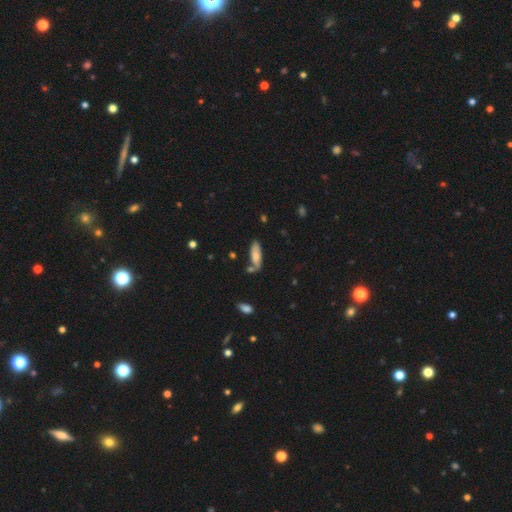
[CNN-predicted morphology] type=smooth (73%); roundness=in between (57%); merging=none (64%).